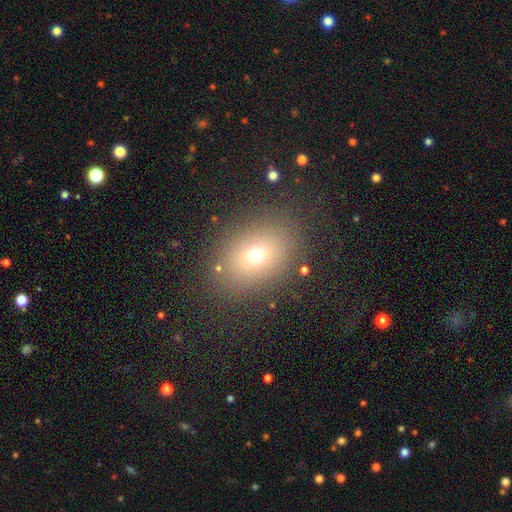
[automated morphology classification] A smooth galaxy with no disk features (69%) that is in between round and cigar-shaped (58%). Merging: none (82%).